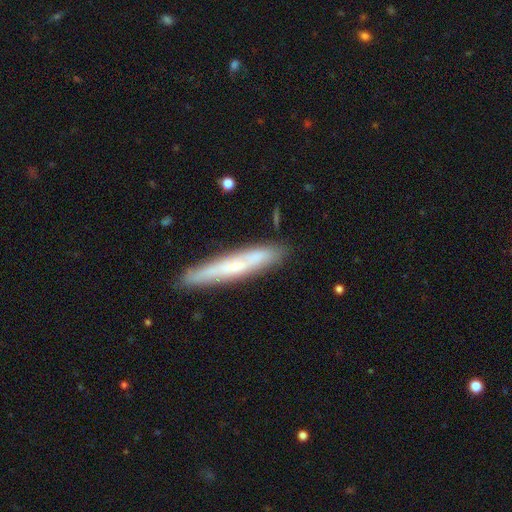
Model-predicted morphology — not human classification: This appears to be a smooth galaxy with no disk features (54%) that is cigar-shaped (84%). Merging: none (81%).